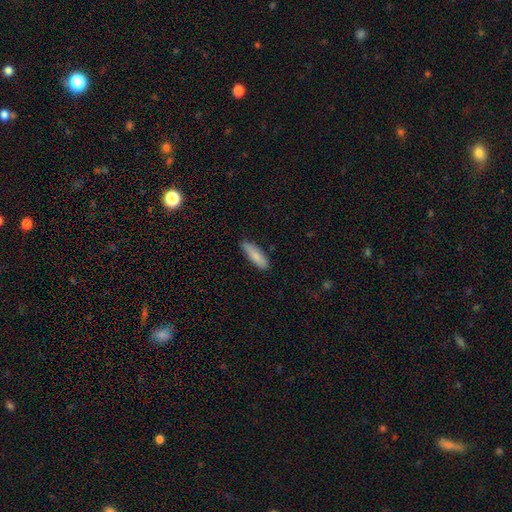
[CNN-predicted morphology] This appears to be a smooth galaxy with no disk features (82%) that is cigar-shaped (59%). Merging: none (84%).